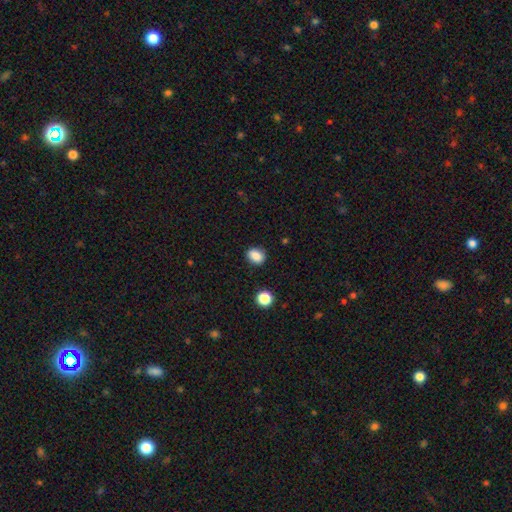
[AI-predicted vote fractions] Smooth or featured: smooth — 86% (star or artifact — 10%)
How rounded: in between — 56% (round — 42%)
Merging: none — 86% (minor disturbance — 10%)